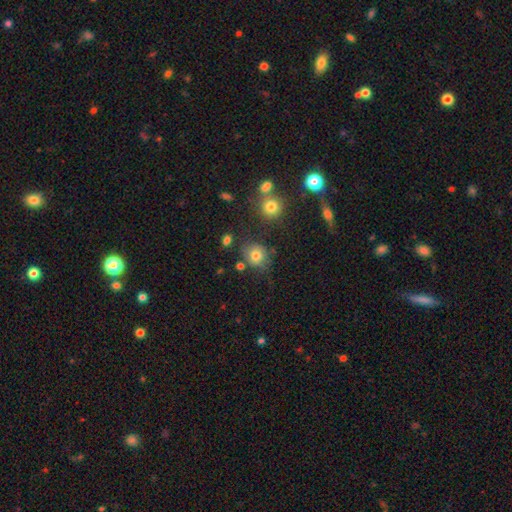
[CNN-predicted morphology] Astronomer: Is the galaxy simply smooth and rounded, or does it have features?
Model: smooth — 76%.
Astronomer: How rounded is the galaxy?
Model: round — 80%.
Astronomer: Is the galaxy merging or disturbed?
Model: none — 73%.